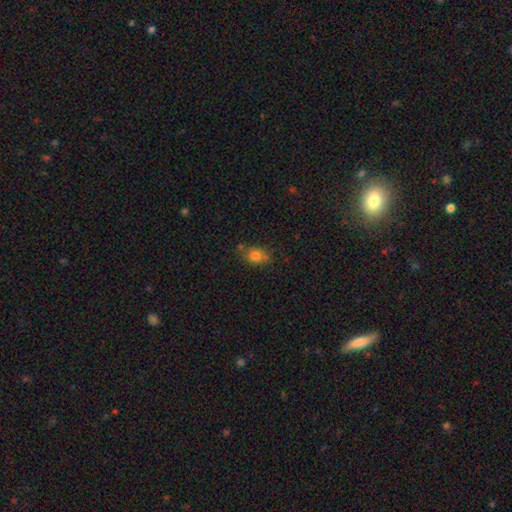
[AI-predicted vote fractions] This is likely a smooth galaxy (79%). How rounded: likely in between (60%). Merging: likely none (66%).